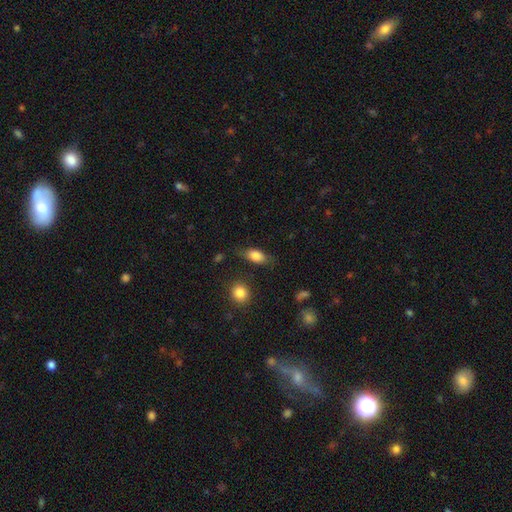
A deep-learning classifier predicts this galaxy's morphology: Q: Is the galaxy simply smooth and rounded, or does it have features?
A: smooth — 81%.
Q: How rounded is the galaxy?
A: in between — 83%.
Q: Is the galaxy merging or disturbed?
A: none — 70%.